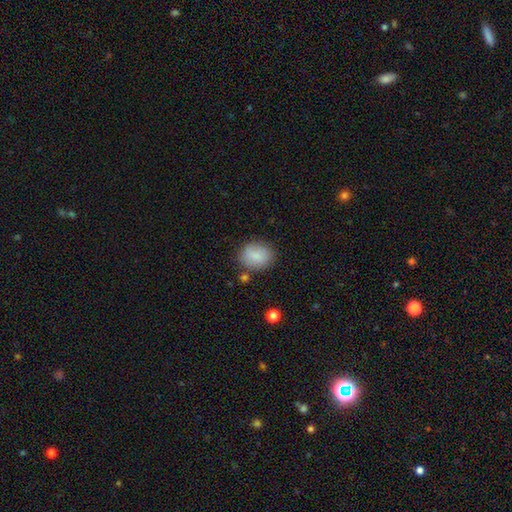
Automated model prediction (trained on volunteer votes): Smooth or featured: smooth — 83% (featured or disk — 9%)
How rounded: round — 54% (in between — 45%)
Merging: none — 76% (minor disturbance — 16%)